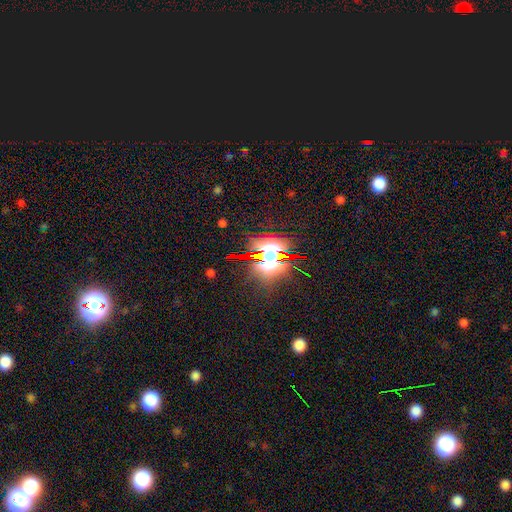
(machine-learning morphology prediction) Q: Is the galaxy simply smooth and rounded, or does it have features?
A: star or artifact — 66%.